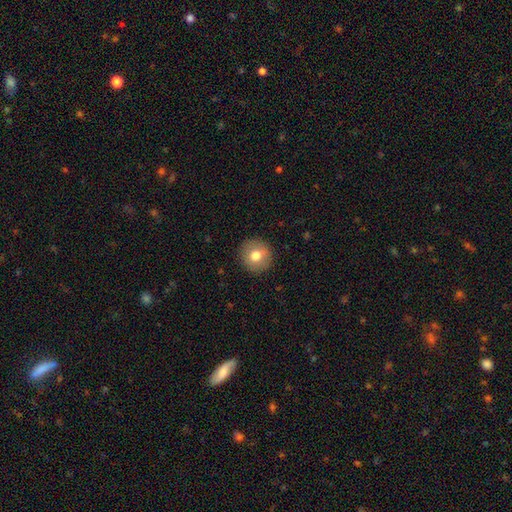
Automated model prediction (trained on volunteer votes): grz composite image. It shows a smooth galaxy with no disk features (76%) that is round (94%). Merging: none (91%).